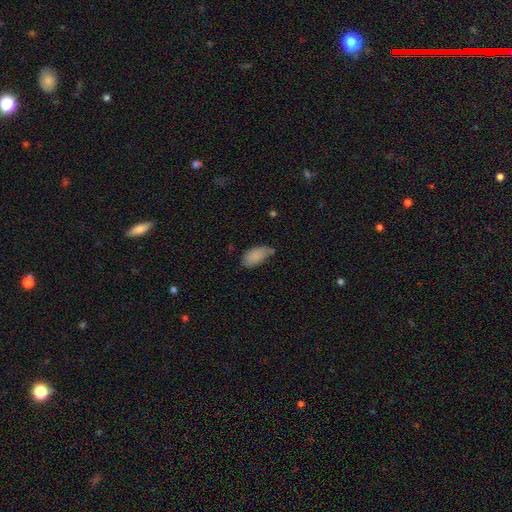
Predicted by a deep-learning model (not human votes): smooth-or-featured: smooth: 86% | star or artifact: 7% | featured or disk: 7%
  how-rounded: in between: 94% | cigar-shaped: 4% | round: 2%
  merging: none: 54% | minor disturbance: 34% | major disturbance: 7% | merger: 5%